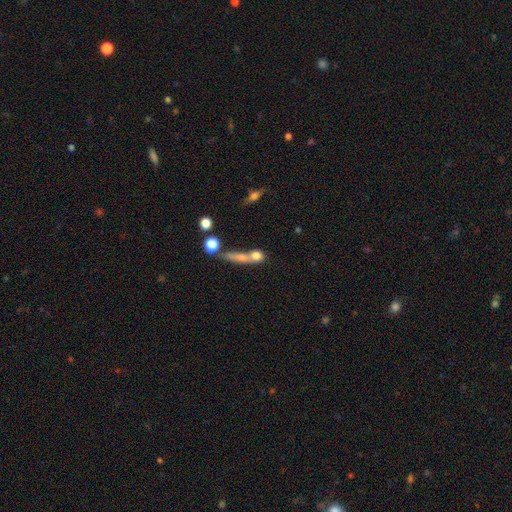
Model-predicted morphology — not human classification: smooth_or_featured: smooth (p=0.65) [alt: featured or disk p=0.22]
how_rounded: round (p=0.37) [tied with: cigar-shaped p=0.37]
merging: merger (p=0.45) [alt: none p=0.35]